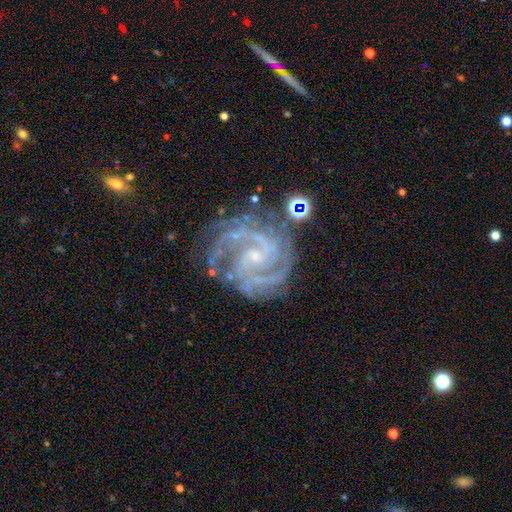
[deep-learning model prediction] This appears to be a featured or disk galaxy (90%) with no bar (47%), 3 (30%) tight (58%) spiral arms (98%) and a small central bulge (72%). Merging: none (68%).